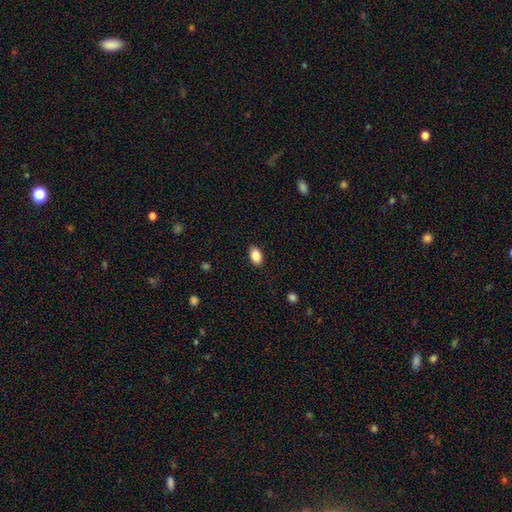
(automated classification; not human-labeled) The model was most divided on "smooth or featured": smooth: 87%, star or artifact: 8%, featured or disk: 5%. More confident: how rounded — in between (90%); merging — none (89%).